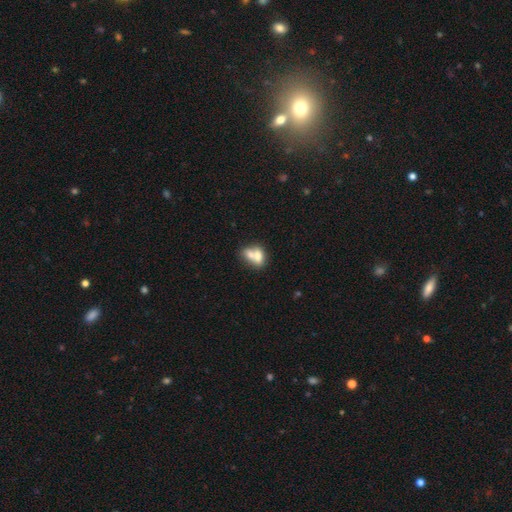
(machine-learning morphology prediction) Q: Smooth or featured?
A: smooth (69%); runner-up: featured or disk (23%)
Q: How rounded?
A: in between (73%); runner-up: round (24%)
Q: Merging?
A: merger (64%); runner-up: none (23%)